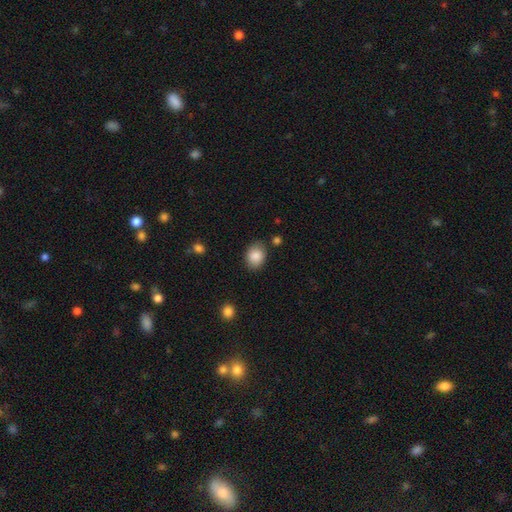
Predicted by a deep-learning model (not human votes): The model was most divided on "how rounded": in between: 66%, round: 33%, cigar-shaped: 1%. More confident: smooth or featured — smooth (86%); merging — none (80%).